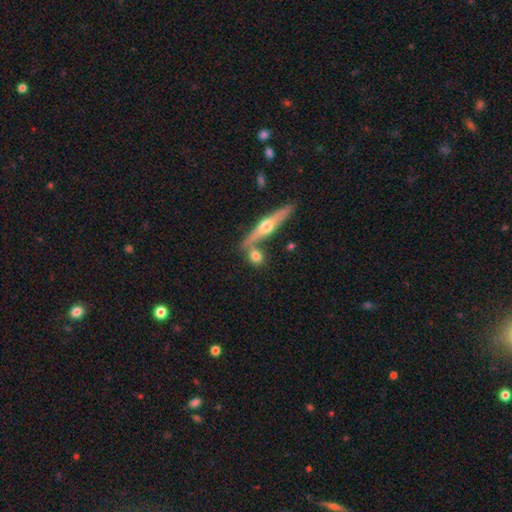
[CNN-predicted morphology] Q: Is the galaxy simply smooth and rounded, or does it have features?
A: smooth — 65%.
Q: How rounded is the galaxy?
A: round — 44%.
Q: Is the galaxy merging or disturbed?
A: none — 57%.